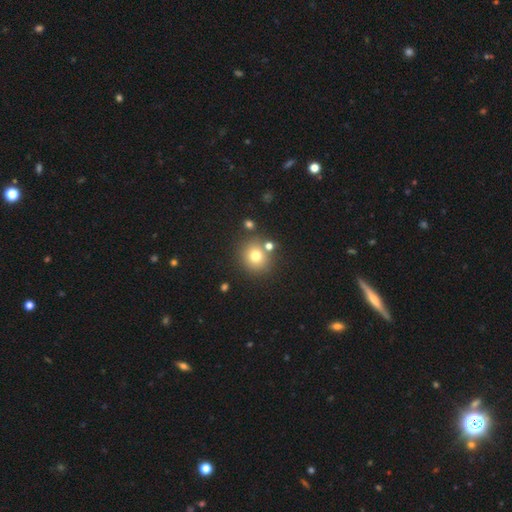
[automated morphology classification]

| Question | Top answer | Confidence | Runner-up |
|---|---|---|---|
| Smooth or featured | smooth | 75% | star or artifact (15%) |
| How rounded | round | 88% | in between (11%) |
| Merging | none | 76% | merger (11%) |